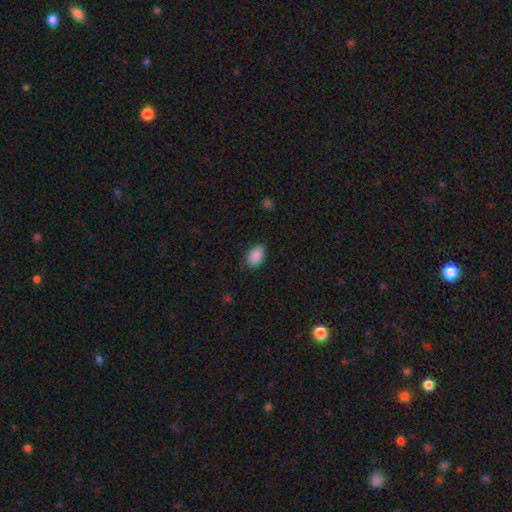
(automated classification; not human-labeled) smooth 89%, star or artifact 7%, featured or disk 4%. Down the decision tree: how rounded — in between (91%); merging — none (82%).